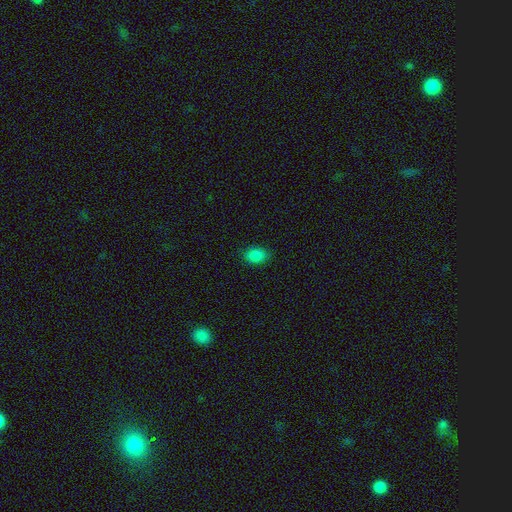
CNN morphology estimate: This appears to be a smooth galaxy with no disk features (86%) that is in between round and cigar-shaped (79%). Merging: none (86%).